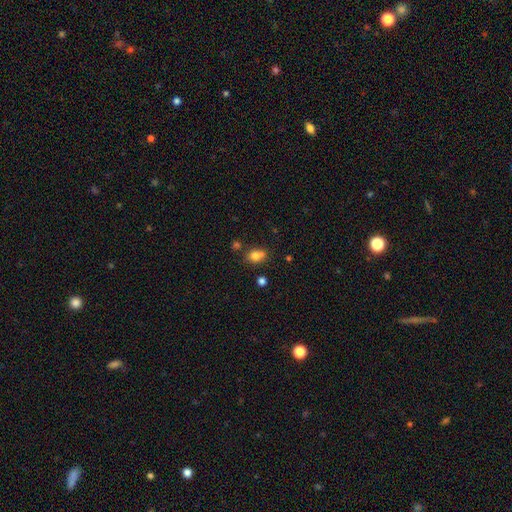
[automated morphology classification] This appears to be a smooth galaxy with no disk features (76%) that is round (58%). Merging: none (50%).